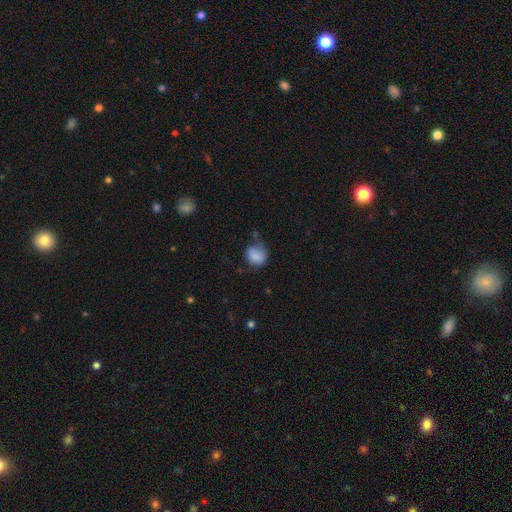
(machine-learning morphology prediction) Smooth or featured?
  - smooth: 81% *
  - featured or disk: 10%
  - star or artifact: 8%
How rounded?
  - round: 60% *
  - in between: 39%
  - cigar-shaped: 1%
Merging?
  - none: 42% *
  - minor disturbance: 33%
  - major disturbance: 20%
  - merger: 5%